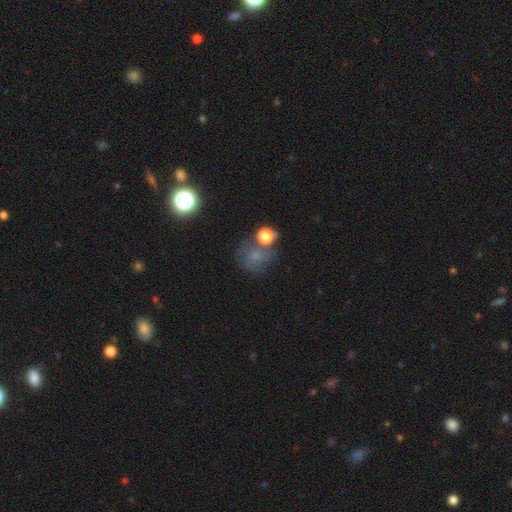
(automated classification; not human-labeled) A smooth galaxy with no disk features (56%) that is round (76%).

Vote fractions:
- Smooth or featured? smooth: 56% / star or artifact: 25% / featured or disk: 19%
- How rounded? round: 76% / in between: 23% / cigar-shaped: 1%
- Merging? none: 52% / minor disturbance: 18% / merger: 16% / major disturbance: 14%